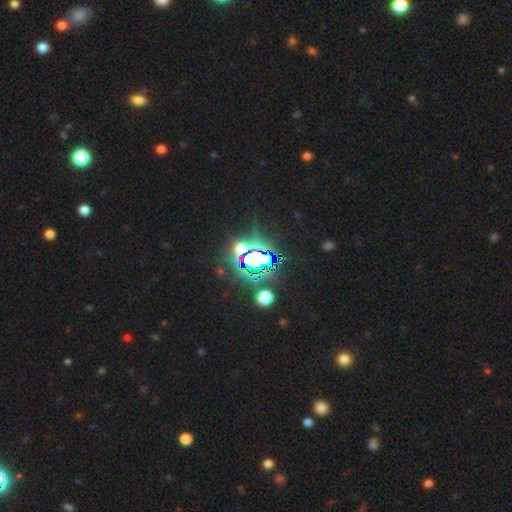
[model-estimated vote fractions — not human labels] smooth-or-featured: star or artifact: 82% | smooth: 11% | featured or disk: 7%